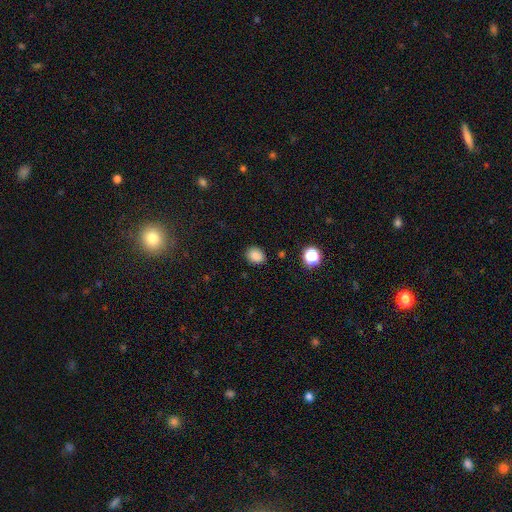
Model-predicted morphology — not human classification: smooth 83%, star or artifact 12%, featured or disk 6%. Down the decision tree: how rounded — round (54%); merging — none (87%).